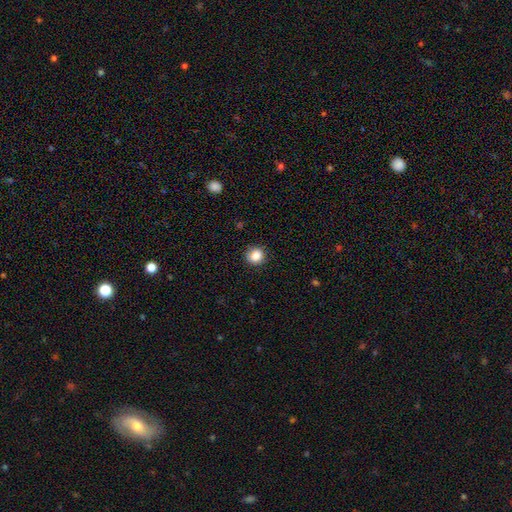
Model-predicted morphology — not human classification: smooth-or-featured: smooth: 85% | star or artifact: 10% | featured or disk: 5%
  how-rounded: round: 87% | in between: 12% | cigar-shaped: 1%
  merging: none: 87% | minor disturbance: 10% | major disturbance: 2% | merger: 1%